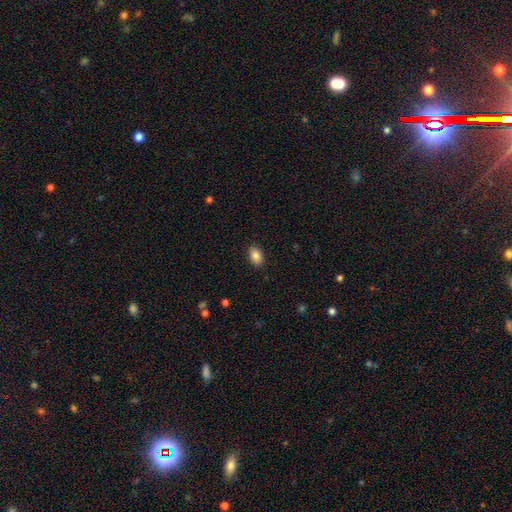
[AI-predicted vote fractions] This is clearly a smooth galaxy (86%). How rounded: clearly in between (88%). Merging: clearly none (89%).